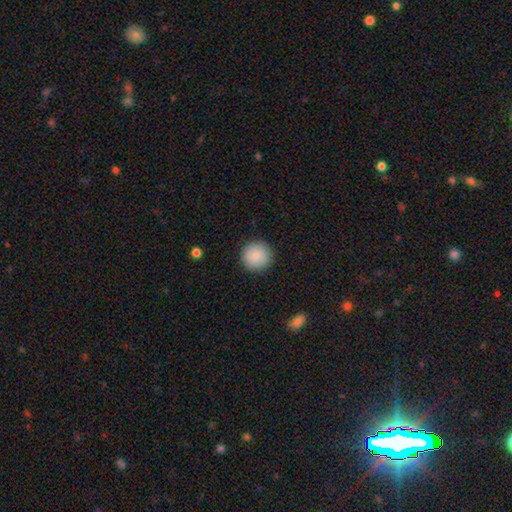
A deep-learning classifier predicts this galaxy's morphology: smooth 88%, star or artifact 7%, featured or disk 5%. Down the decision tree: how rounded — round (95%); merging — none (91%).